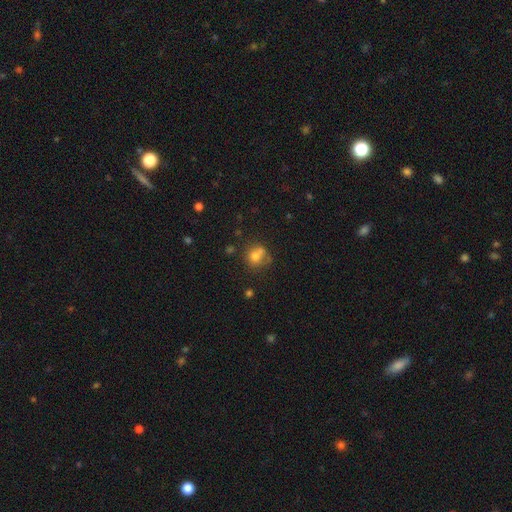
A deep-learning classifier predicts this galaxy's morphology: The model was most divided on "merging": none: 45%, merger: 32%, minor disturbance: 16%, major disturbance: 7%. More confident: how rounded — round (77%); smooth or featured — smooth (72%).